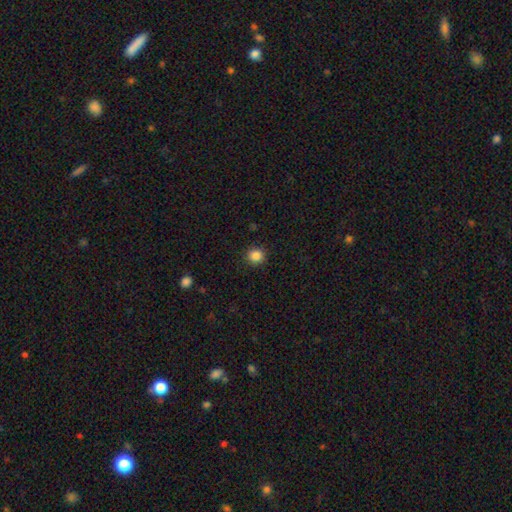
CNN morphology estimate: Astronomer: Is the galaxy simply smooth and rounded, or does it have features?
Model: smooth — 85%.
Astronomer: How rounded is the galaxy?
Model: round — 91%.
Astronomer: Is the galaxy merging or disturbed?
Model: none — 91%.